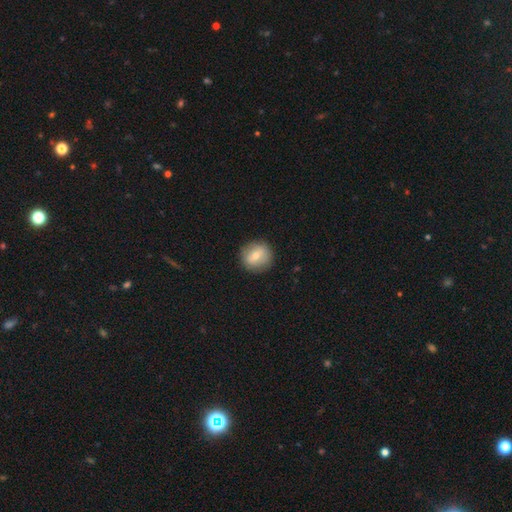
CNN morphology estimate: Smooth or featured? Predicted: smooth (p=0.63). How rounded? Predicted: round (p=0.90). Merging? Predicted: none (p=0.87).